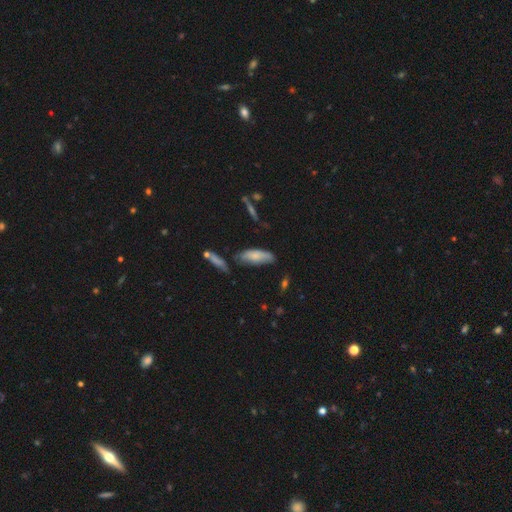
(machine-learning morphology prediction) This appears to be a smooth galaxy with no disk features (72%) that is in between round and cigar-shaped (66%). Merging: none (53%).